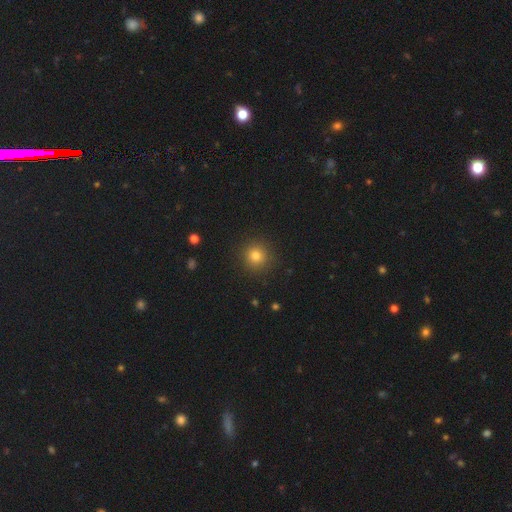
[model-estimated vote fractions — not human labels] This is likely a smooth galaxy (78%). How rounded: clearly round (94%). Merging: clearly none (91%).